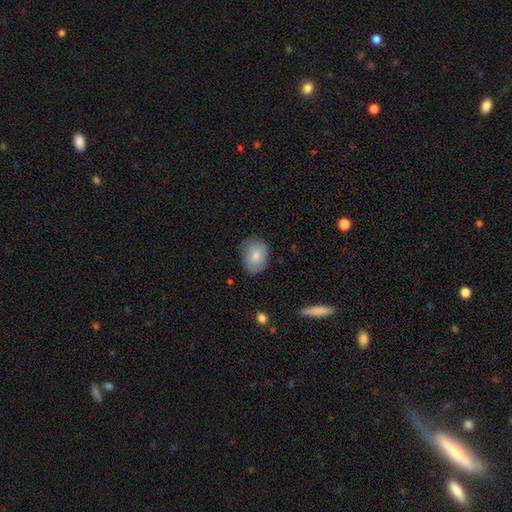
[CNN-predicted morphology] smooth 80%, featured or disk 13%, star or artifact 7%. Down the decision tree: how rounded — in between (64%); merging — none (76%).